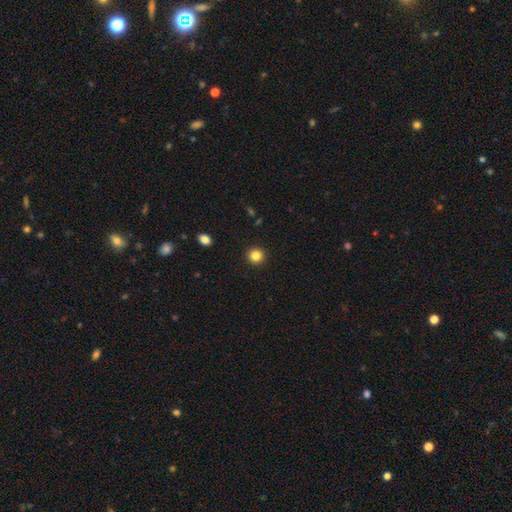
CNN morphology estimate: Smooth or featured?
  - smooth: 84% *
  - star or artifact: 11%
  - featured or disk: 5%
How rounded?
  - round: 94% *
  - in between: 5%
  - cigar-shaped: 1%
Merging?
  - none: 93% *
  - minor disturbance: 5%
  - major disturbance: 2%
  - merger: 1%